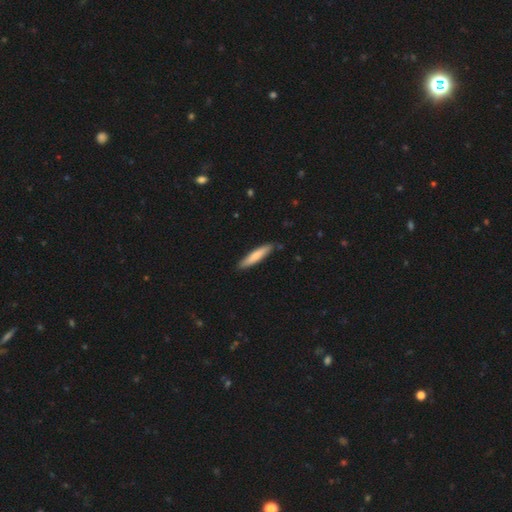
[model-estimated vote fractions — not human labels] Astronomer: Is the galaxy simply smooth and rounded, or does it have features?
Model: smooth — 74%.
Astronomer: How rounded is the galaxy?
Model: cigar-shaped — 86%.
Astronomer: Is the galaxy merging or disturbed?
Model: none — 87%.